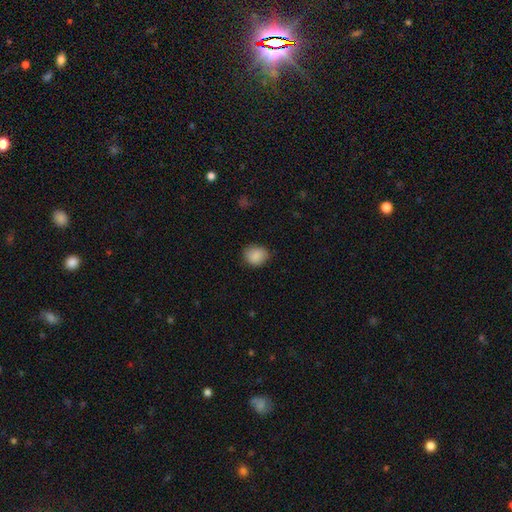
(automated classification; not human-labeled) smooth-or-featured: smooth: 88% | star or artifact: 8% | featured or disk: 4%
  how-rounded: round: 71% | in between: 28% | cigar-shaped: 1%
  merging: none: 81% | minor disturbance: 15% | major disturbance: 3% | merger: 1%